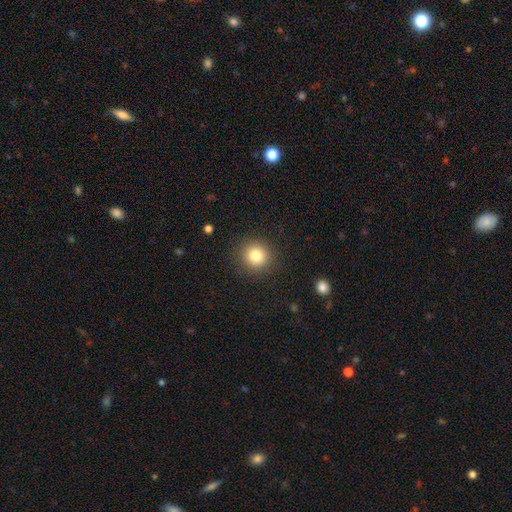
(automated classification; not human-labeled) Smooth or featured?
  - smooth: 82% *
  - star or artifact: 12%
  - featured or disk: 7%
How rounded?
  - round: 93% *
  - in between: 7%
  - cigar-shaped: 1%
Merging?
  - none: 90% *
  - minor disturbance: 6%
  - major disturbance: 3%
  - merger: 1%